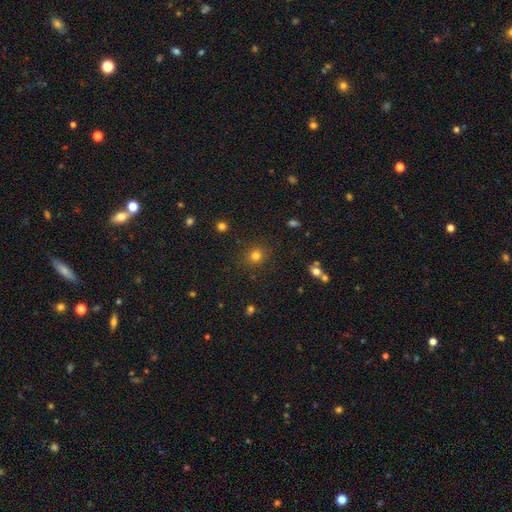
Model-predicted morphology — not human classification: This is likely a smooth galaxy (78%). How rounded: clearly round (82%). Merging: clearly none (86%).